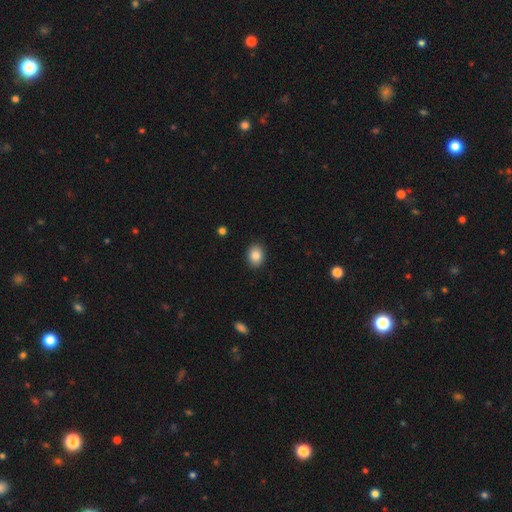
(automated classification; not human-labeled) Smooth or featured?
  - smooth: 85% *
  - star or artifact: 9%
  - featured or disk: 7%
How rounded?
  - in between: 52% *
  - round: 47%
  - cigar-shaped: 1%
Merging?
  - none: 91% *
  - minor disturbance: 7%
  - major disturbance: 2%
  - merger: 1%